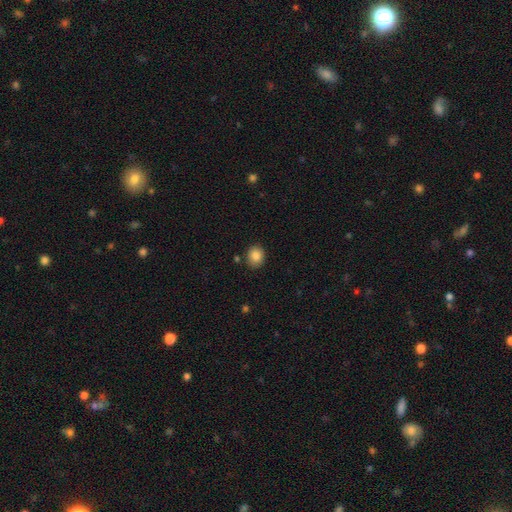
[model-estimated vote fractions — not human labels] smooth-or-featured: smooth: 85% | star or artifact: 9% | featured or disk: 6%
  how-rounded: round: 67% | in between: 32% | cigar-shaped: 1%
  merging: none: 85% | minor disturbance: 10% | merger: 3% | major disturbance: 2%